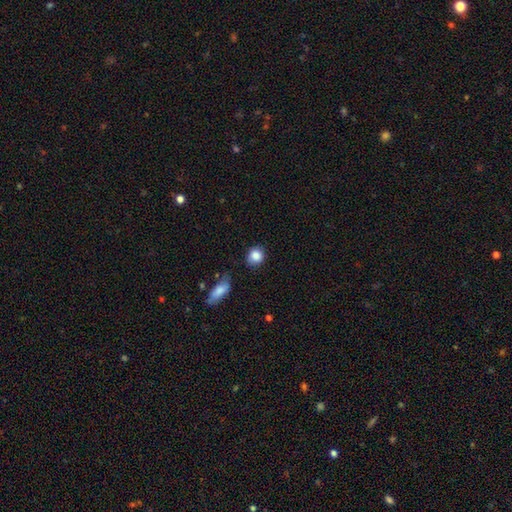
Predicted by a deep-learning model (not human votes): This appears to be a smooth galaxy with no disk features (86%) that is round (82%). Merging: none (82%).